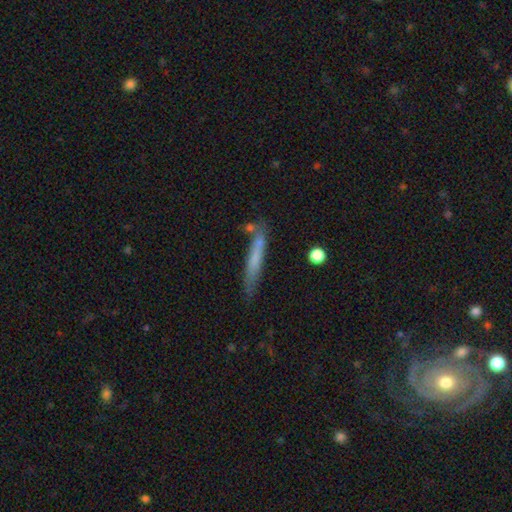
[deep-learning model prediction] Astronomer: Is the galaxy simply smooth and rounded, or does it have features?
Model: smooth — 60%.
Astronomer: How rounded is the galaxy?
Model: cigar-shaped — 94%.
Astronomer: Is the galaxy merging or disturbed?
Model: none — 72%.